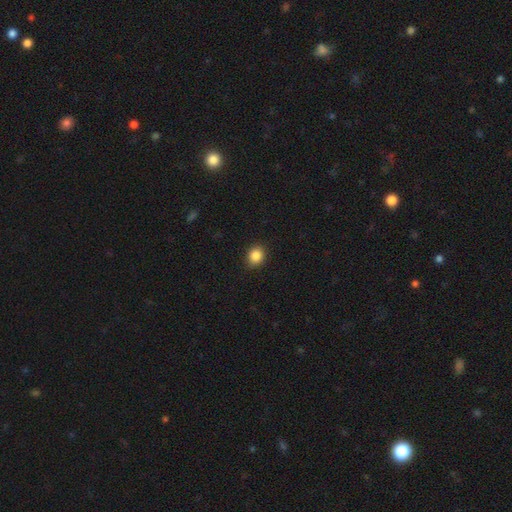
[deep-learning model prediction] A smooth galaxy with no disk features (86%) that is round (73%). Merging: none (89%).